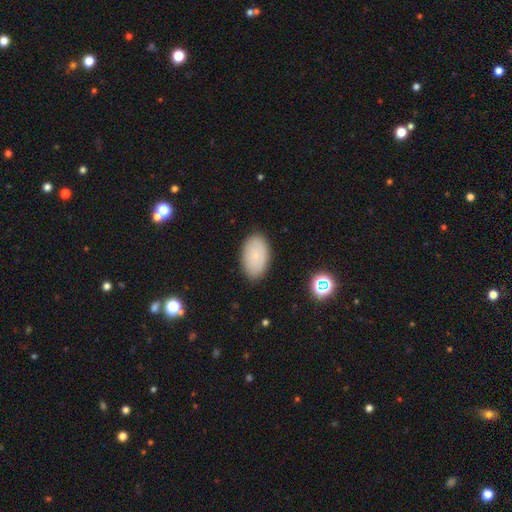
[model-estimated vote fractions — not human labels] This appears to be a smooth galaxy with no disk features (82%) that is in between round and cigar-shaped (94%). Merging: none (87%).